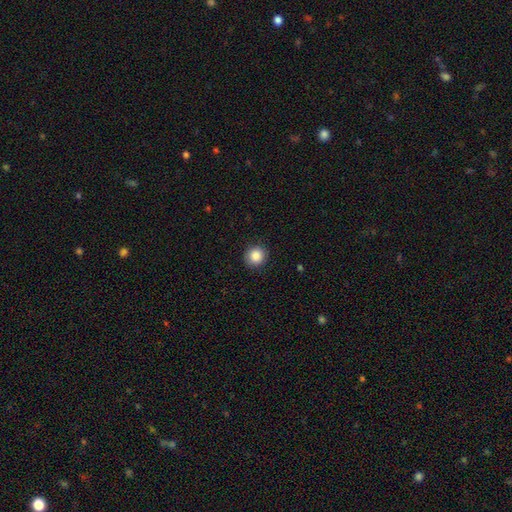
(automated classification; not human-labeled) Smooth or featured?
  - smooth: 87% *
  - star or artifact: 9%
  - featured or disk: 4%
How rounded?
  - round: 90% *
  - in between: 9%
  - cigar-shaped: 1%
Merging?
  - none: 90% *
  - minor disturbance: 7%
  - major disturbance: 2%
  - merger: 1%